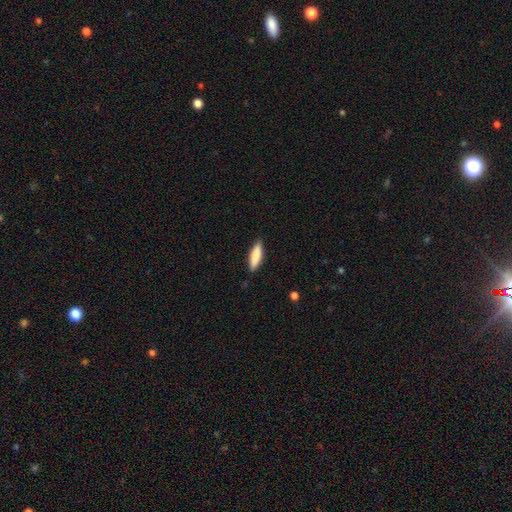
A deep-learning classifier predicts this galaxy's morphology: This is clearly a smooth galaxy (85%). How rounded: likely cigar-shaped (61%). Merging: clearly none (87%).